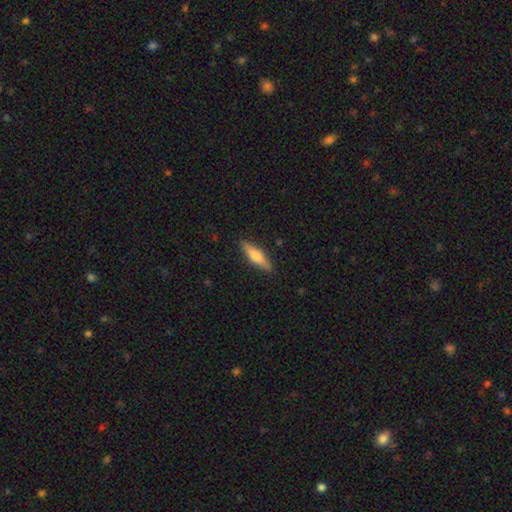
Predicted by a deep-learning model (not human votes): Overall: smooth (62%; featured or disk 33%). How rounded: cigar-shaped (67%; in between 31%). Merging: none (88%).